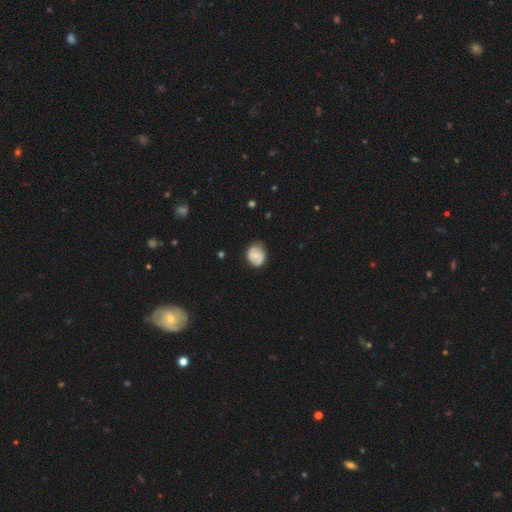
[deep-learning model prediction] Morphology: type=smooth (56%); roundness=round (65%); merging=none (71%).